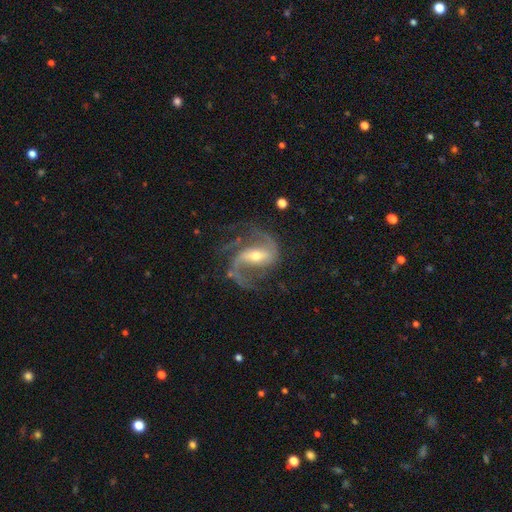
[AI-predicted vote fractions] Q: Smooth or featured?
A: featured or disk (91%); runner-up: star or artifact (5%)
Q: Edge-on disk?
A: no (97%); runner-up: yes (3%)
Q: Bar?
A: strong (47%); runner-up: weak (38%)
Q: Spiral arms?
A: yes (97%); runner-up: no (3%)
Q: Spiral winding?
A: medium (48%); runner-up: loose (41%)
Q: Spiral arm count?
A: 2 (78%); runner-up: 3 (9%)
Q: Bulge size?
A: moderate (51%); runner-up: small (43%)
Q: Merging?
A: none (64%); runner-up: major disturbance (17%)